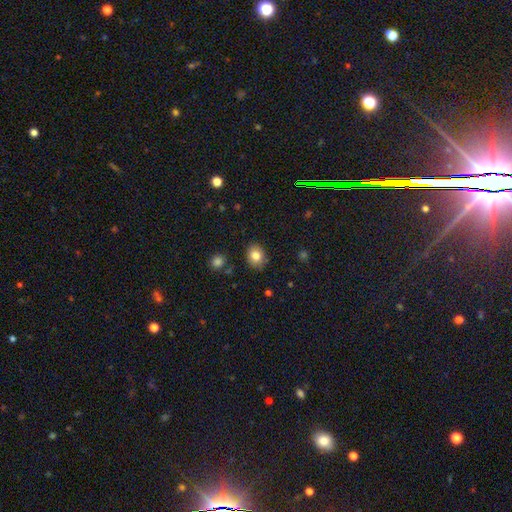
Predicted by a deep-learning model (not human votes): Smooth or featured?
  - smooth: 82% *
  - star or artifact: 10%
  - featured or disk: 8%
How rounded?
  - round: 52% *
  - in between: 47%
  - cigar-shaped: 1%
Merging?
  - none: 86% *
  - minor disturbance: 10%
  - major disturbance: 2%
  - merger: 2%